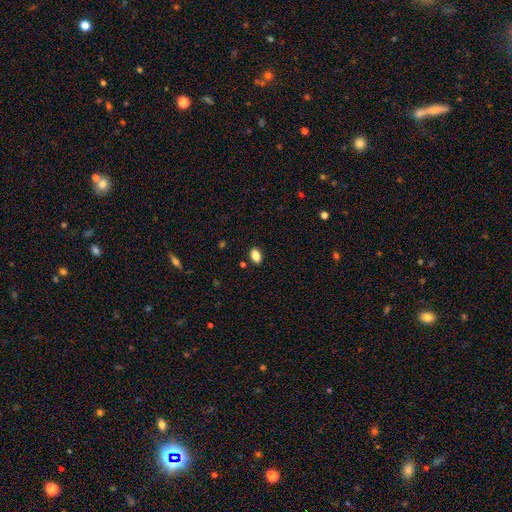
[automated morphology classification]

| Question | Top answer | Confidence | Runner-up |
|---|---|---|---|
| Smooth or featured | smooth | 86% | star or artifact (9%) |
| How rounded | in between | 90% | round (8%) |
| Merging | none | 87% | minor disturbance (9%) |